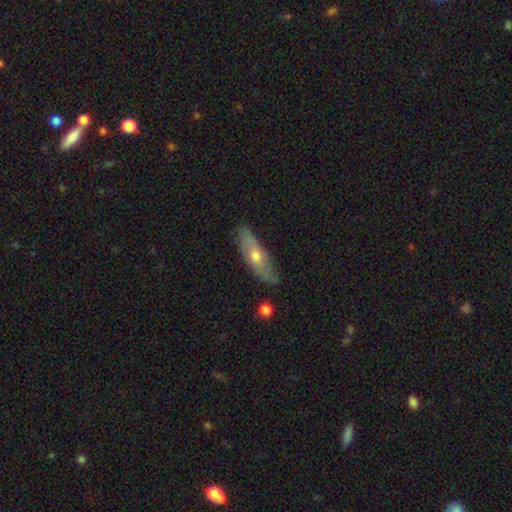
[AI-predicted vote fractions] The model was most divided on "edge-on disk": no: 54%, yes: 46%. More confident: merging — none (80%); smooth or featured — featured or disk (53%).